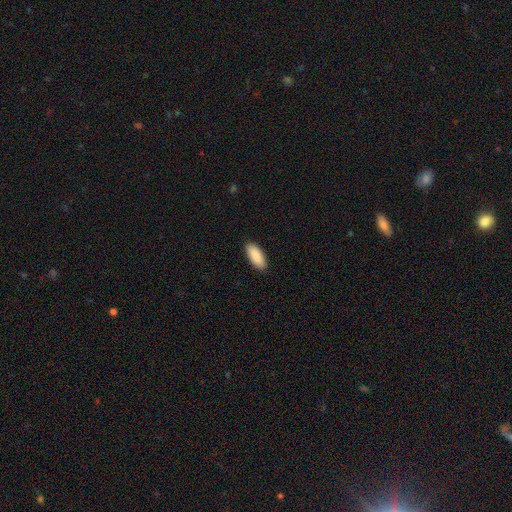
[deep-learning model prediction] smooth-or-featured: smooth: 90% | star or artifact: 5% | featured or disk: 4%
  how-rounded: in between: 83% | cigar-shaped: 16% | round: 2%
  merging: none: 90% | minor disturbance: 7% | major disturbance: 2% | merger: 1%